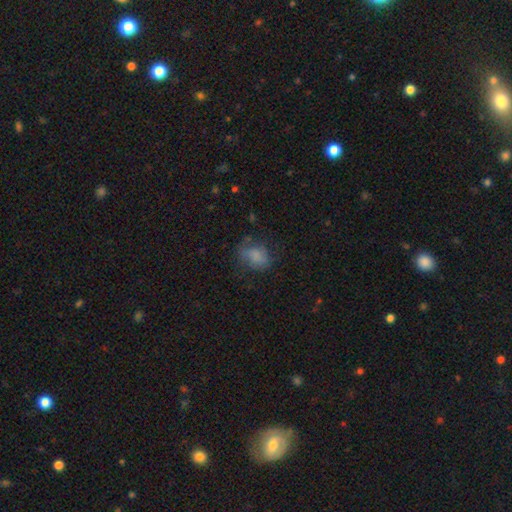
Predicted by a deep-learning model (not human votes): Smooth or featured? Predicted: smooth (p=0.69). How rounded? Predicted: in between (p=0.64). Merging? Predicted: none (p=0.54).